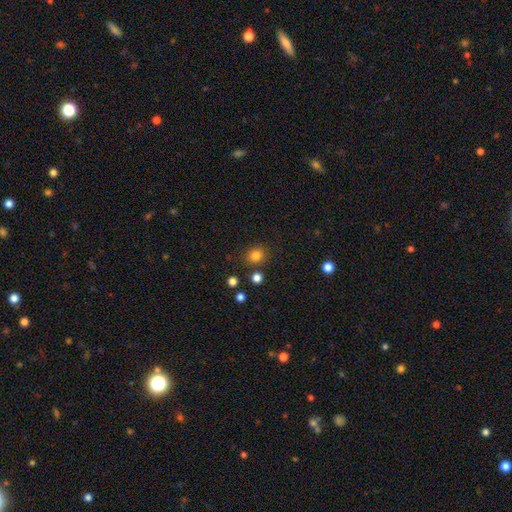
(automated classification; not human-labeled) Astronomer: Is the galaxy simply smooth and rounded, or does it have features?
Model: smooth — 82%.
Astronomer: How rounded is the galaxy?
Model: round — 79%.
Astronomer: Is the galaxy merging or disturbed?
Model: none — 83%.